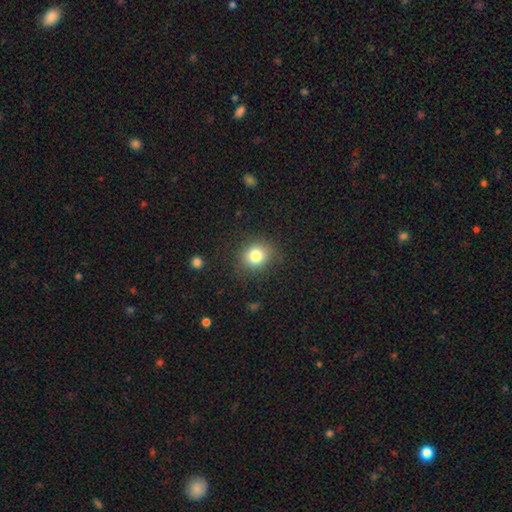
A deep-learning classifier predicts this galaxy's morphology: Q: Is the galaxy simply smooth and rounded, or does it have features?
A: smooth — 81%.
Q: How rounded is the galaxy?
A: round — 79%.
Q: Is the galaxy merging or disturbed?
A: none — 82%.